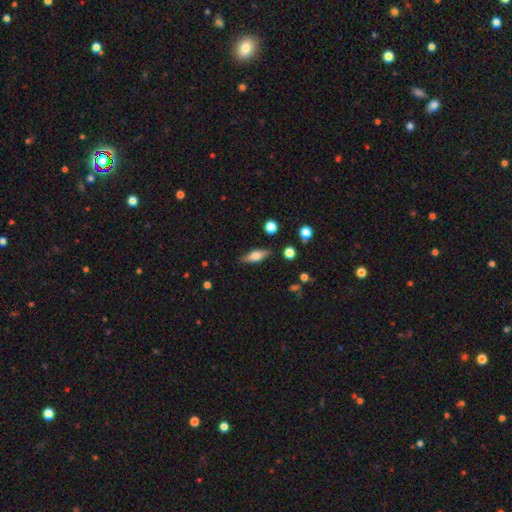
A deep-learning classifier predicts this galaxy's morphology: smooth_or_featured: smooth (p=0.50) [alt: featured or disk p=0.42]
merging: none (p=0.85) [alt: minor disturbance p=0.11]